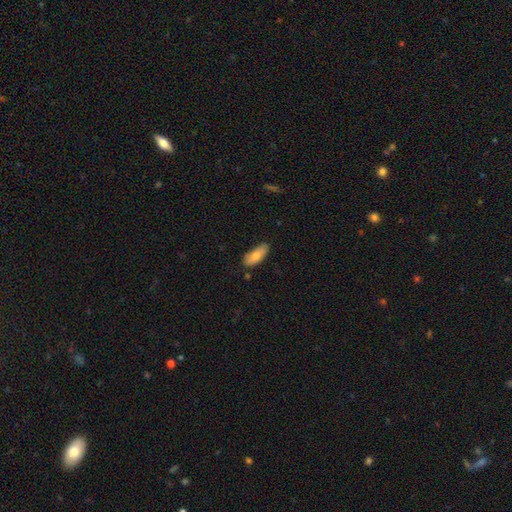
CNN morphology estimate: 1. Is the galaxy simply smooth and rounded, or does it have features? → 76% smooth, 18% featured or disk, 6% star or artifact.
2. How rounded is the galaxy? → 83% in between, 15% cigar-shaped, 2% round.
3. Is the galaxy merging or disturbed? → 78% none, 18% minor disturbance, 3% major disturbance, 2% merger.